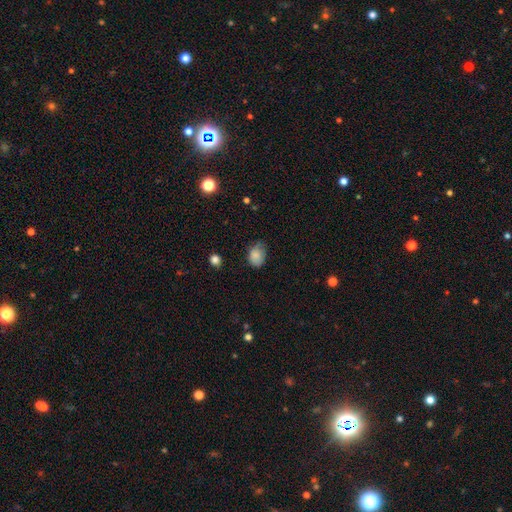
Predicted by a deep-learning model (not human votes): smooth_or_featured: smooth (p=0.84) [alt: star or artifact p=0.09]
how_rounded: in between (p=0.68) [alt: round p=0.31]
merging: none (p=0.53) [alt: minor disturbance p=0.37]